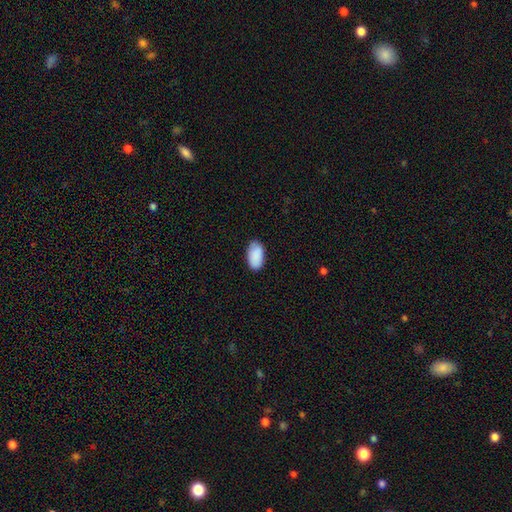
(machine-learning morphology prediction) A smooth galaxy with no disk features (90%) that is in between round and cigar-shaped (95%).

Vote fractions:
- Smooth or featured? smooth: 90% / star or artifact: 6% / featured or disk: 4%
- How rounded? in between: 95% / round: 3% / cigar-shaped: 2%
- Merging? none: 82% / minor disturbance: 14% / major disturbance: 2% / merger: 1%